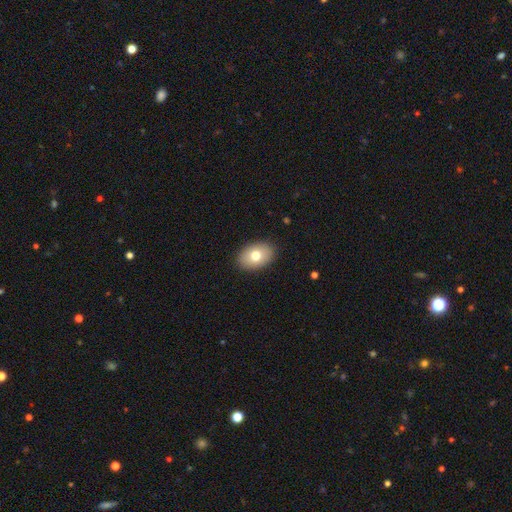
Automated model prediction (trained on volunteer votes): Morphology: type=smooth (75%); roundness=in between (83%); merging=none (89%).